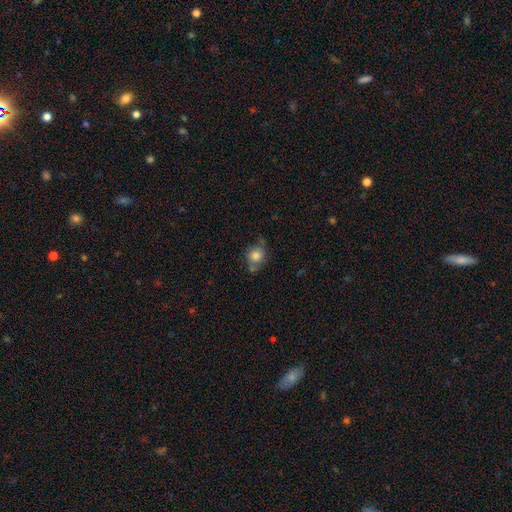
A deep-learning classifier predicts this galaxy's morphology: type=smooth (77%); roundness=round (72%); merging=none (57%).